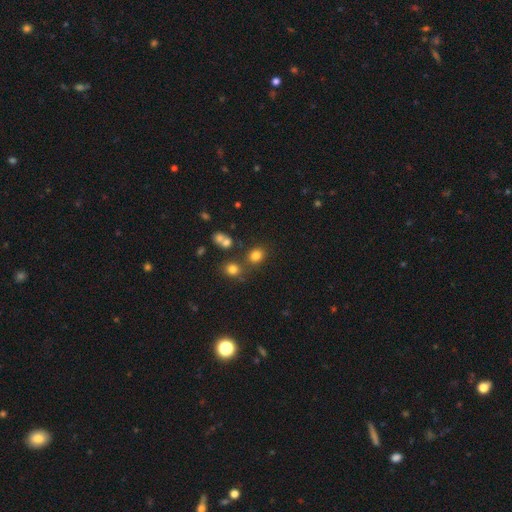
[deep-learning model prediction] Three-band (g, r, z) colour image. It shows a smooth galaxy with no disk features (79%) that is round (69%). Merging: none (72%).